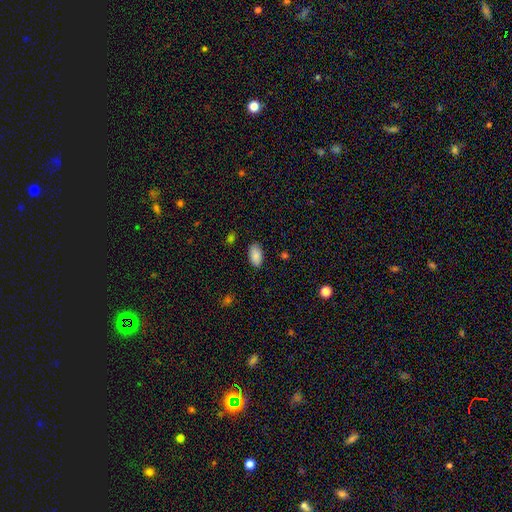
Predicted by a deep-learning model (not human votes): Smooth or featured: smooth — 89% (star or artifact — 7%)
How rounded: in between — 94% (round — 4%)
Merging: none — 85% (minor disturbance — 11%)